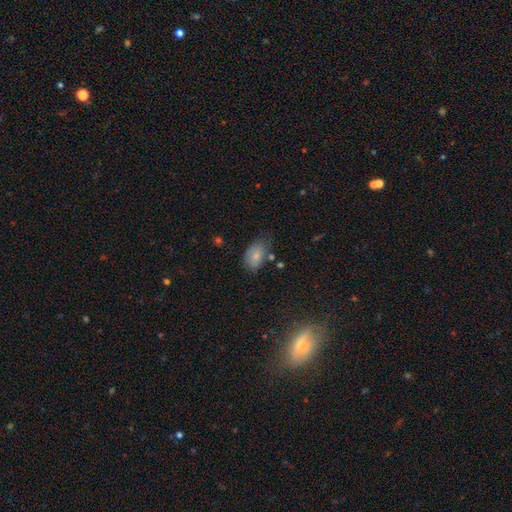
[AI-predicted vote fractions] Smooth or featured? smooth (75%)
How rounded? in between (88%)
Merging? none (58%)